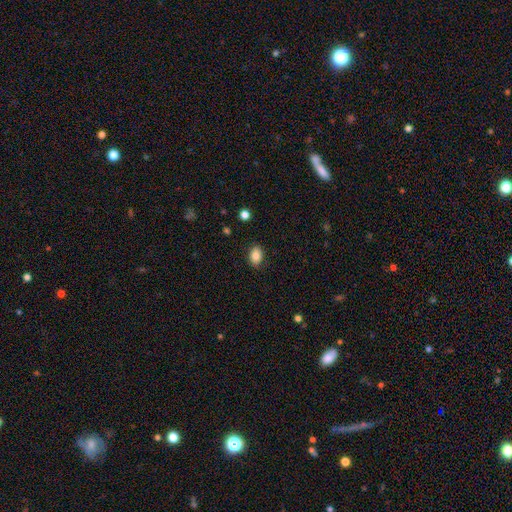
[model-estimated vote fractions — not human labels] Q: Smooth or featured?
A: smooth (84%); runner-up: star or artifact (9%)
Q: How rounded?
A: in between (81%); runner-up: round (18%)
Q: Merging?
A: none (87%); runner-up: minor disturbance (9%)